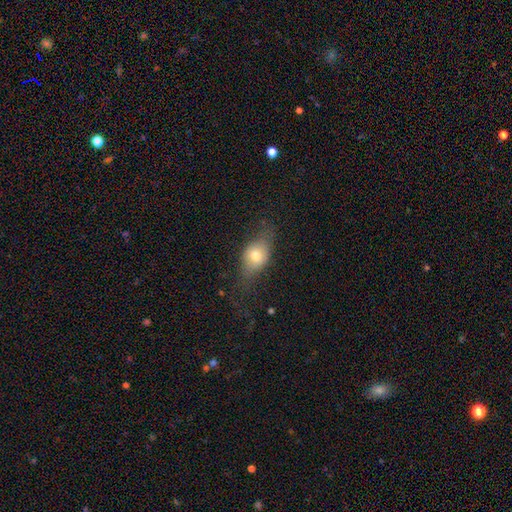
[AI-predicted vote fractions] Smooth or featured: smooth — 67% (featured or disk — 24%)
How rounded: in between — 67% (round — 29%)
Merging: none — 60% (minor disturbance — 24%)